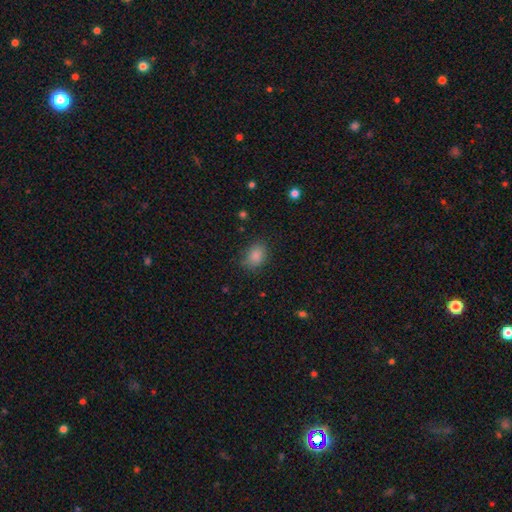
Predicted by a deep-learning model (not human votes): Overall: smooth (85%). How rounded: in between (67%; round 32%). Merging: none (77%).